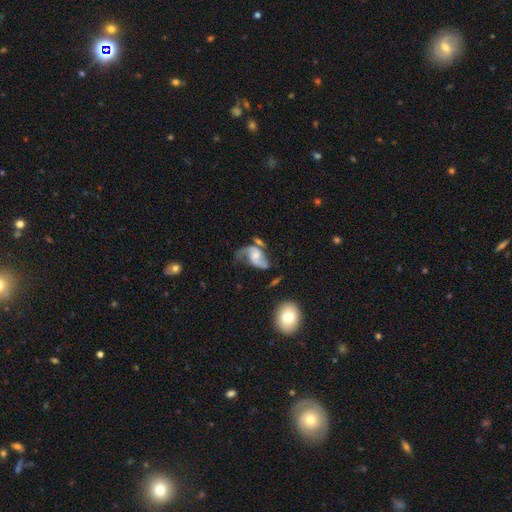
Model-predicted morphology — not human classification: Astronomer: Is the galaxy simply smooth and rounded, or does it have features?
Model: featured or disk — 78%.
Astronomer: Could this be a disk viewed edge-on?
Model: no — 97%.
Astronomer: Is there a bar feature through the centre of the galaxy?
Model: no — 57% (runner-up: weak, 35%).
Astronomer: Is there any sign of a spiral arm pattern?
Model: yes — 92%.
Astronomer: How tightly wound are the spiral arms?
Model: loose — 58% (runner-up: medium, 33%).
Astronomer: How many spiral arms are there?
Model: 2 — 82%.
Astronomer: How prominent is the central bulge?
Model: moderate — 40%, tied with small at 40%.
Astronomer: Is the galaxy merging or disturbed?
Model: none — 36% (runner-up: major disturbance, 26%).